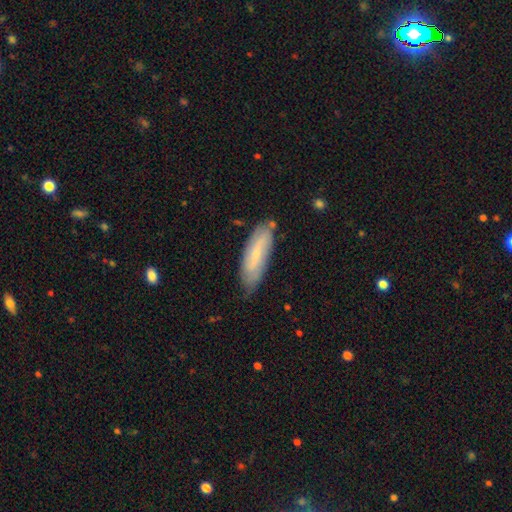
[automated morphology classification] The model was most divided on "how rounded": in between: 53%, cigar-shaped: 45%, round: 2%. More confident: merging — none (70%); smooth or featured — smooth (55%).